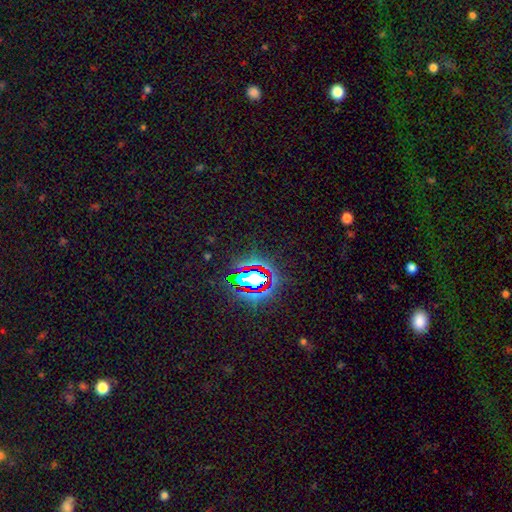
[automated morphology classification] Overall: star or artifact (79%).